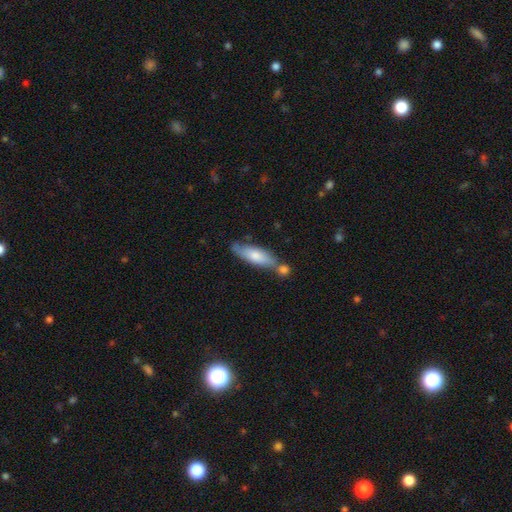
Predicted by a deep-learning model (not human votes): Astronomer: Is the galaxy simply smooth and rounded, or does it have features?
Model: smooth — 69%.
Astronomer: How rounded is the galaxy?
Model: in between — 52% (runner-up: cigar-shaped, 46%).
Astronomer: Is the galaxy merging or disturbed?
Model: none — 50% (runner-up: merger, 27%).